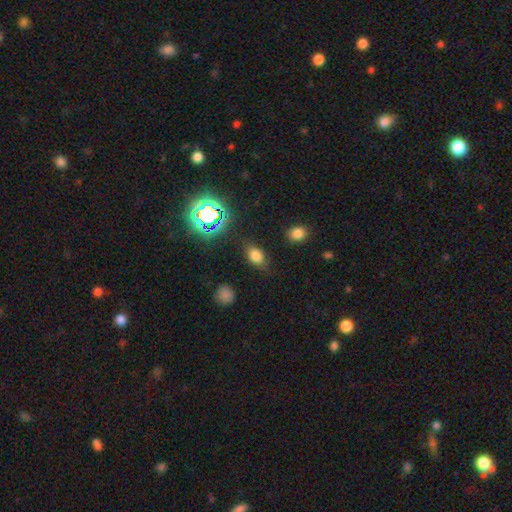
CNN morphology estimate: smooth_or_featured: smooth (p=0.73) [alt: star or artifact p=0.18]
how_rounded: in between (p=0.83) [alt: round p=0.15]
merging: none (p=0.79) [alt: minor disturbance p=0.14]